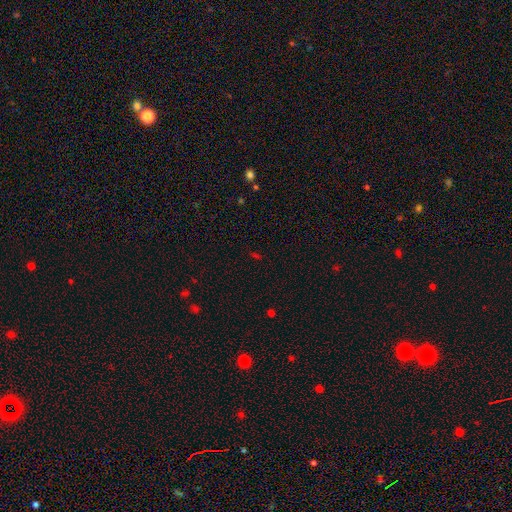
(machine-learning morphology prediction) A star or artifact, not a galaxy (60%).

Vote fractions:
- Smooth or featured? star or artifact: 60% / smooth: 30% / featured or disk: 9%